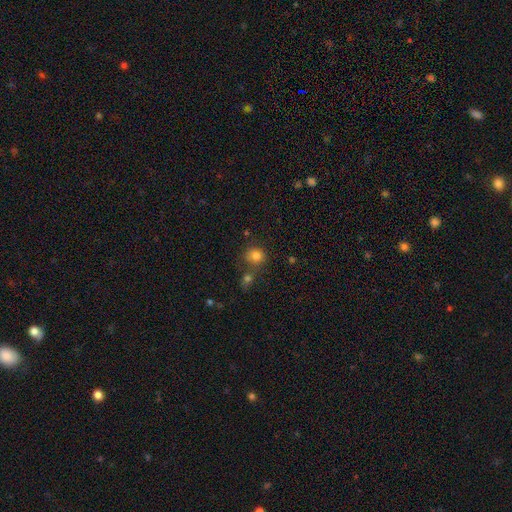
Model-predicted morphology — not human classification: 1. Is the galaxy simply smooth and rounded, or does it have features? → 80% smooth, 13% star or artifact, 7% featured or disk.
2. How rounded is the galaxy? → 85% round, 14% in between, 1% cigar-shaped.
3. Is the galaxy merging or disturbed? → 63% none, 22% merger, 11% minor disturbance, 4% major disturbance.